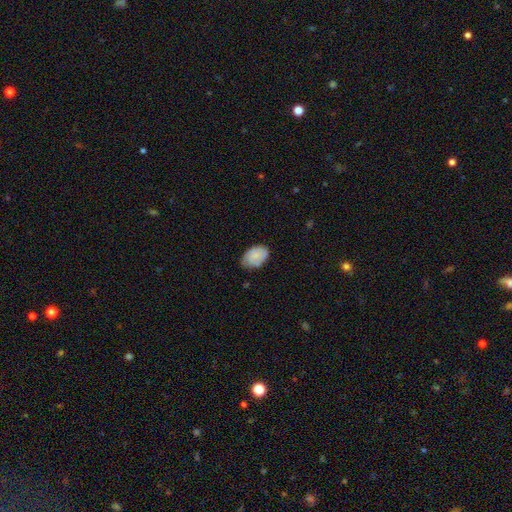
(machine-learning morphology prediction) type=smooth (79%); roundness=in between (88%); merging=none (65%).